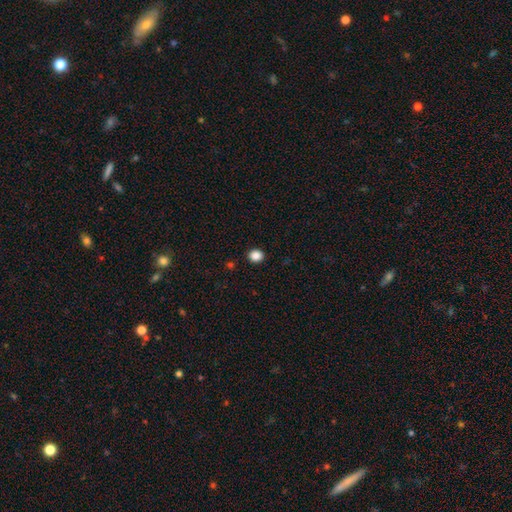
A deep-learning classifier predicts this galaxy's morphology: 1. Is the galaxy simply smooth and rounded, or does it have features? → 87% smooth, 10% star or artifact, 3% featured or disk.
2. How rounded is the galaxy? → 79% round, 21% in between, 1% cigar-shaped.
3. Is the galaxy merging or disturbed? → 92% none, 5% minor disturbance, 2% major disturbance, 1% merger.